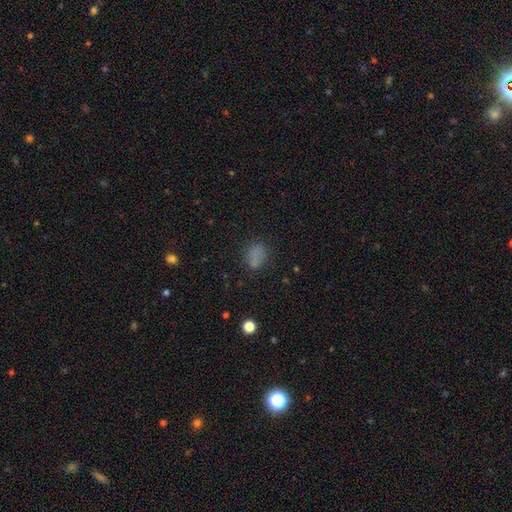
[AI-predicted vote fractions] smooth 74%, star or artifact 18%, featured or disk 8%. Down the decision tree: how rounded — in between (60%); merging — none (72%).